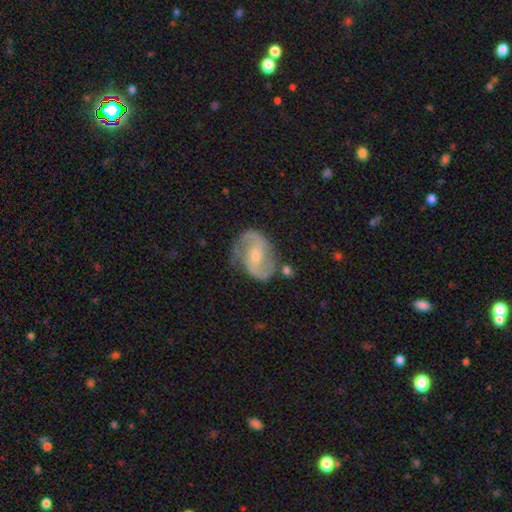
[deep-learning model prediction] Overall: featured or disk (85%). Edge-on disk: no (98%). Bar: weak (47%; no 35%). Spiral arms: yes (95%). Spiral arm count: 2 (90%). Spiral winding: medium (54%; loose 26%). Bulge size: small (54%; moderate 38%). Merging: none (70%).